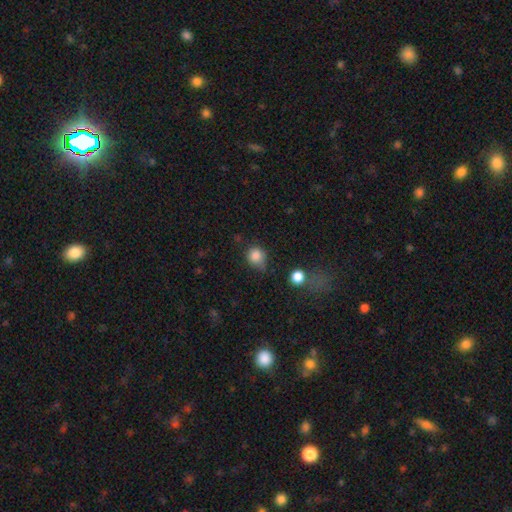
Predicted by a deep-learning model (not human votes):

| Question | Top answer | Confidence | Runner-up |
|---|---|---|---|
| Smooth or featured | smooth | 84% | star or artifact (11%) |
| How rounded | round | 79% | in between (20%) |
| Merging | none | 51% | minor disturbance (33%) |